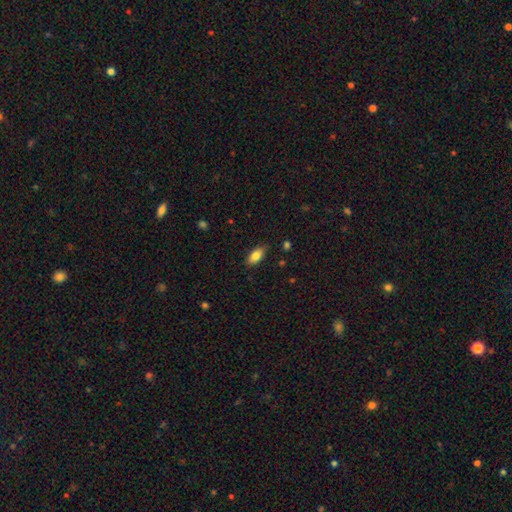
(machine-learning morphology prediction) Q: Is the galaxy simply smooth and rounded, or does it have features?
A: smooth — 82%.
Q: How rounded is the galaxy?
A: in between — 88%.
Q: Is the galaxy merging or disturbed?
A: none — 84%.